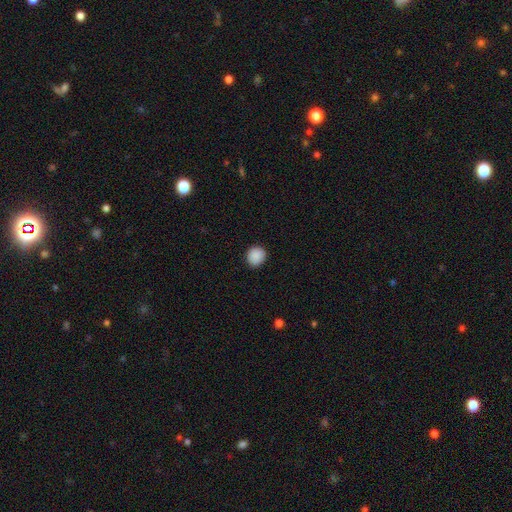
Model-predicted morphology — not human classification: A smooth galaxy with no disk features (89%) that is round (85%). Merging: none (88%).